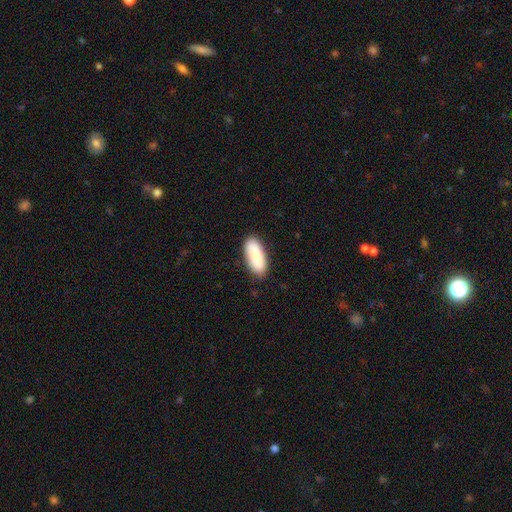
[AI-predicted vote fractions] A smooth galaxy with no disk features (86%) that is in between round and cigar-shaped (82%).

Vote fractions:
- Smooth or featured? smooth: 86% / featured or disk: 8% / star or artifact: 6%
- How rounded? in between: 82% / cigar-shaped: 16% / round: 2%
- Merging? none: 86% / minor disturbance: 11% / major disturbance: 2% / merger: 1%